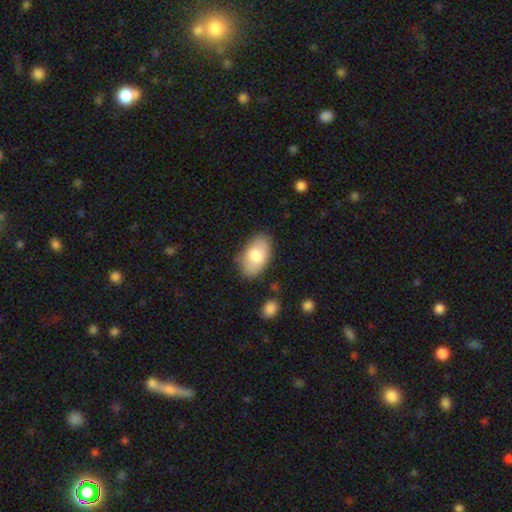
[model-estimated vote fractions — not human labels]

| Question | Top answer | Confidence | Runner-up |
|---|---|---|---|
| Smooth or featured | smooth | 76% | featured or disk (18%) |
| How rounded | in between | 94% | round (4%) |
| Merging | none | 79% | minor disturbance (15%) |